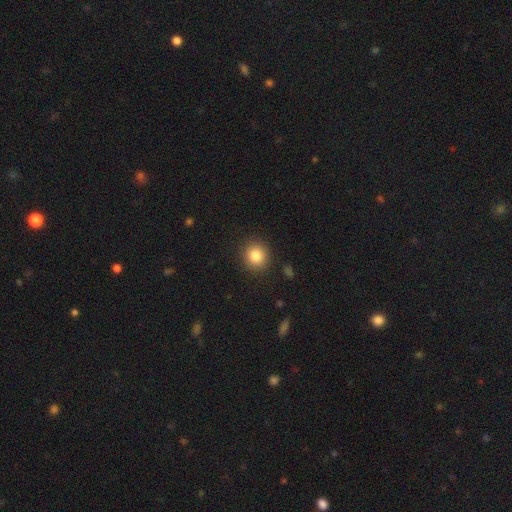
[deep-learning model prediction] Smooth or featured? Predicted: smooth (p=0.84). How rounded? Predicted: round (p=0.86). Merging? Predicted: none (p=0.89).